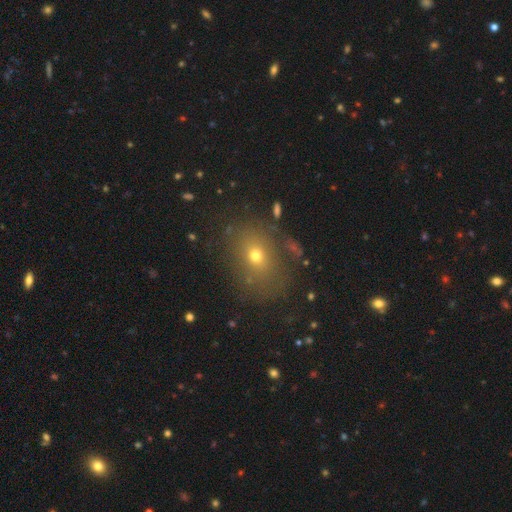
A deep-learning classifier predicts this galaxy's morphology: Smooth or featured? Predicted: smooth (p=0.63). How rounded? Predicted: in between (p=0.55). Merging? Predicted: none (p=0.75).